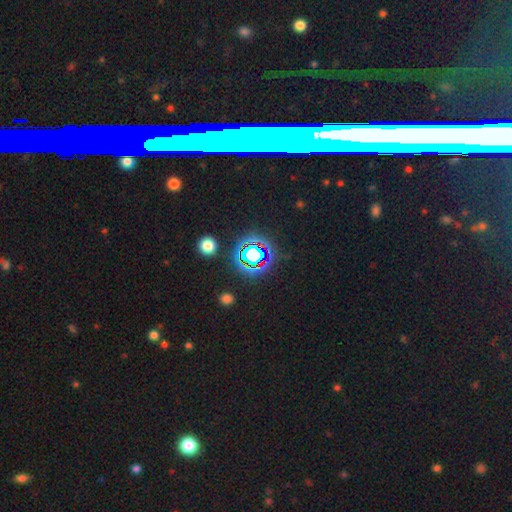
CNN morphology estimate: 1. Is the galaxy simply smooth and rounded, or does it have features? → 68% star or artifact, 18% featured or disk, 15% smooth.